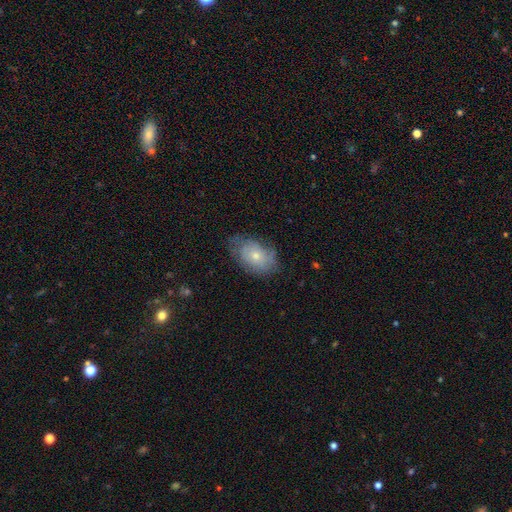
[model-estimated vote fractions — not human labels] Overall: smooth (56%; featured or disk 36%). How rounded: in between (85%). Merging: none (60%; minor disturbance 29%).